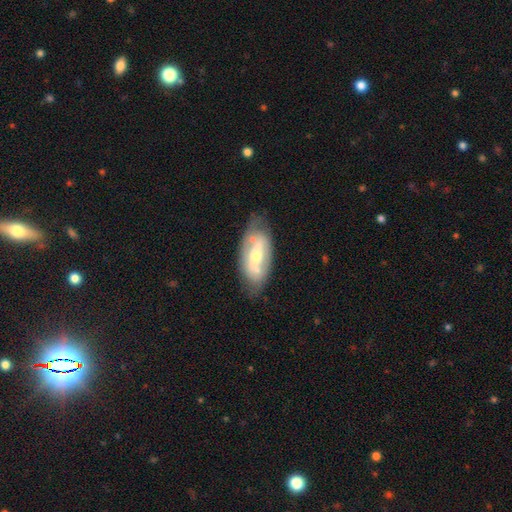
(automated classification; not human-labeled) Smooth or featured: featured or disk — 63% (smooth — 31%)
Edge-on disk: no — 89% (yes — 11%)
Bar: no — 35% (weak — 33%)
Spiral arms: yes — 50% (tied with no — 50%)
Bulge size: moderate — 59% (small — 33%)
Merging: none — 63% (minor disturbance — 23%)